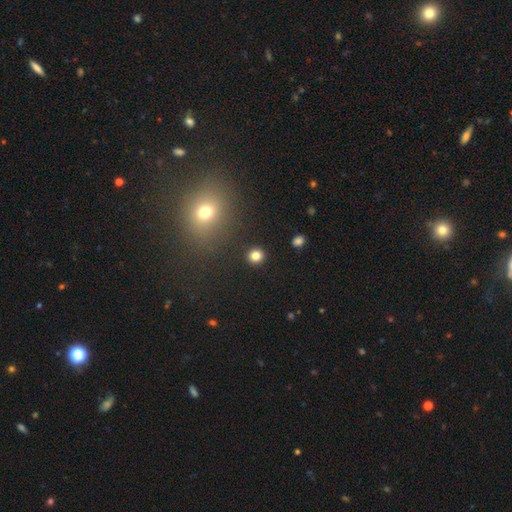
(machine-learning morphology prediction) This appears to be a smooth galaxy with no disk features (82%) that is round (91%). Merging: none (91%).